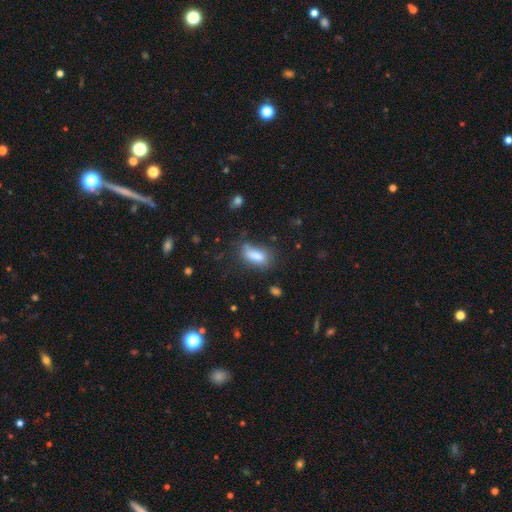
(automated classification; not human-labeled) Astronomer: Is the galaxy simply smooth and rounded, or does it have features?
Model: smooth — 79%.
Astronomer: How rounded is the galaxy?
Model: in between — 83%.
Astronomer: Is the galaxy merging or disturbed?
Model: none — 51% (runner-up: minor disturbance, 29%).